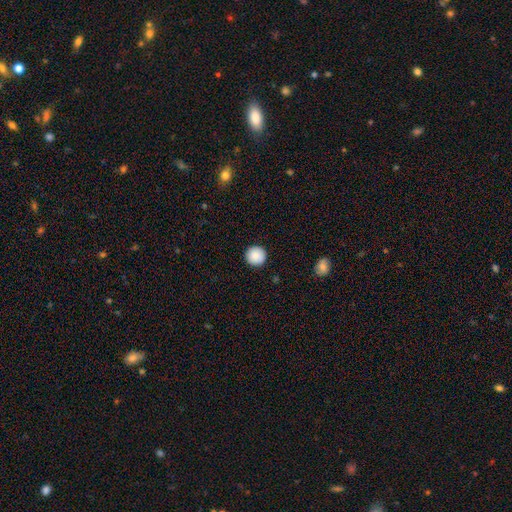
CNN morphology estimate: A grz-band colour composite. It shows a smooth galaxy with no disk features (89%) that is round (96%). Merging: none (93%).